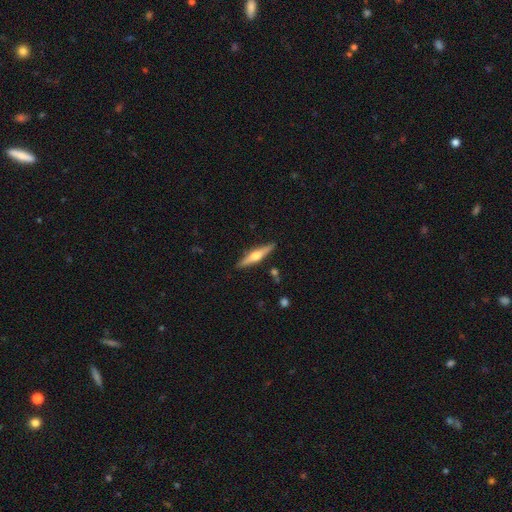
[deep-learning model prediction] featured or disk 69%, smooth 26%, star or artifact 5%. Down the decision tree: edge-on disk — yes (97%); edge-on bulge — rounded (94%); merging — none (89%).